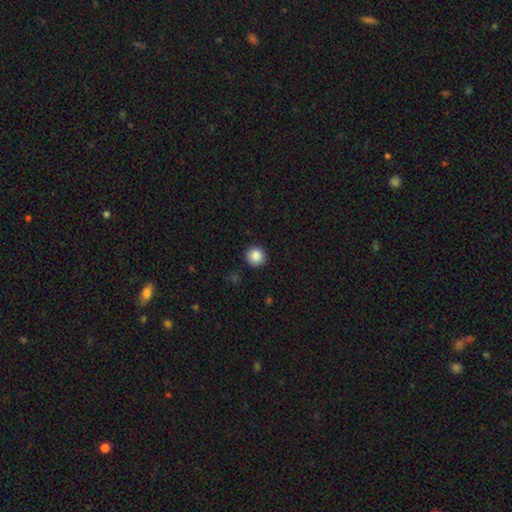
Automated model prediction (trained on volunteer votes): The model was most divided on "smooth or featured": smooth: 88%, star or artifact: 9%, featured or disk: 3%. More confident: how rounded — round (93%); merging — none (91%).